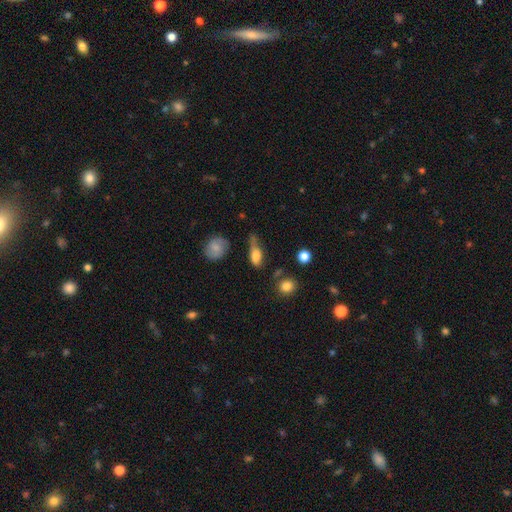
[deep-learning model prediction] smooth-or-featured: smooth: 72% | featured or disk: 19% | star or artifact: 9%
  how-rounded: in between: 74% | cigar-shaped: 17% | round: 9%
  merging: none: 38% | minor disturbance: 32% | major disturbance: 19% | merger: 10%